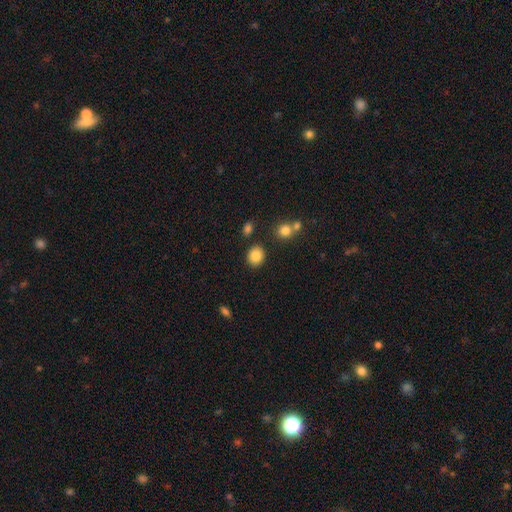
smooth-or-featured: smooth: 92% | featured or disk: 8% | star or artifact: 0%
  how-rounded: round: 69% | in between: 31% | cigar-shaped: 0%
  merging: none: 84% | merger: 11% | minor disturbance: 3% | major disturbance: 3%